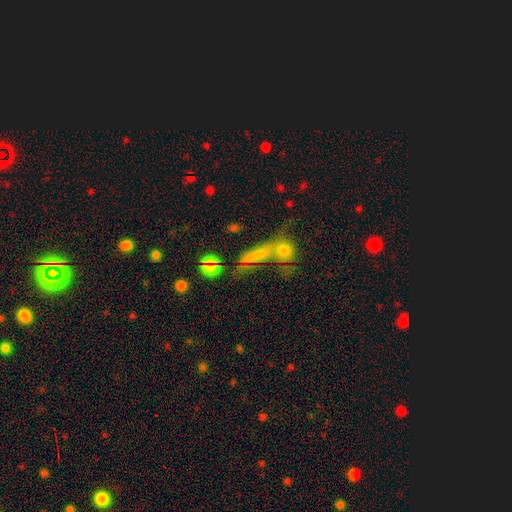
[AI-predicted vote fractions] Smooth or featured?
  - smooth: 62% *
  - star or artifact: 21%
  - featured or disk: 18%
How rounded?
  - cigar-shaped: 54% *
  - in between: 30%
  - round: 16%
Merging?
  - none: 44% *
  - merger: 35%
  - minor disturbance: 12%
  - major disturbance: 9%